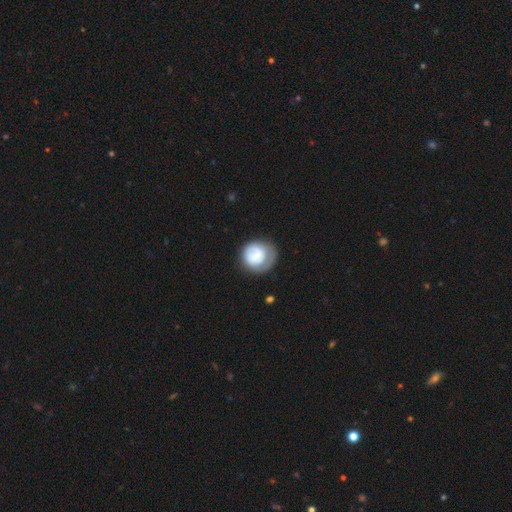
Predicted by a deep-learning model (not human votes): A smooth galaxy with no disk features (57%) that is round (85%). Merging: none (59%).